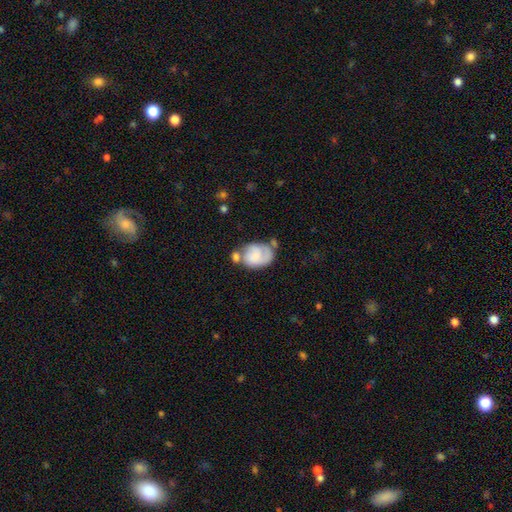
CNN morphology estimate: A smooth galaxy with no disk features (47%).

Vote fractions:
- Smooth or featured? smooth: 47% / featured or disk: 46% / star or artifact: 7%
- Merging? none: 34% / minor disturbance: 26% / merger: 24% / major disturbance: 15%